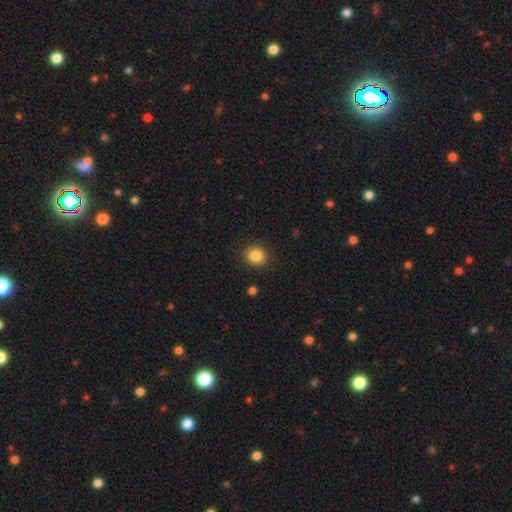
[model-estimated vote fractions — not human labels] This is clearly a smooth galaxy (86%). How rounded: likely round (78%). Merging: clearly none (90%).